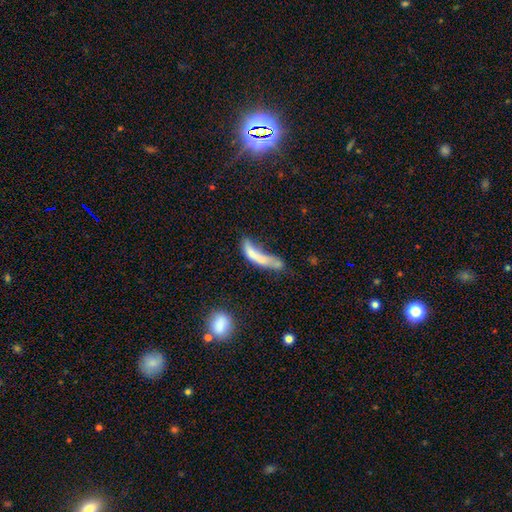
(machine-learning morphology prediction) Smooth or featured?
  - smooth: 61% *
  - featured or disk: 29%
  - star or artifact: 10%
How rounded?
  - cigar-shaped: 67% *
  - in between: 30%
  - round: 3%
Merging?
  - major disturbance: 32% *
  - merger: 31%
  - none: 19%
  - minor disturbance: 17%